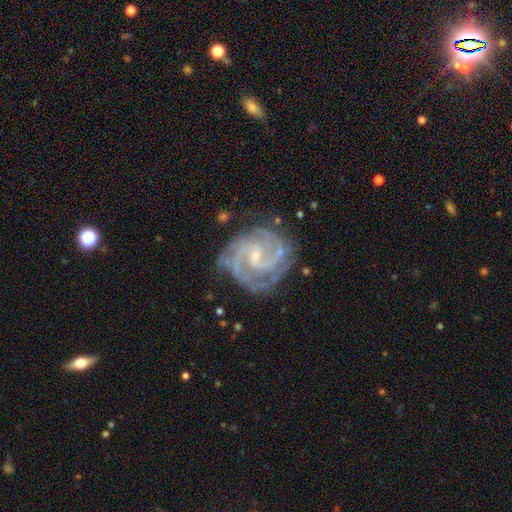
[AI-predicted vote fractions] Morphology: type=featured or disk (92%); edge-on=no (98%); bar=weak (52%); spiral arms=yes (98%); winding=tight (57%); arm count=2 (51%); bulge=small (68%); merging=none (74%).